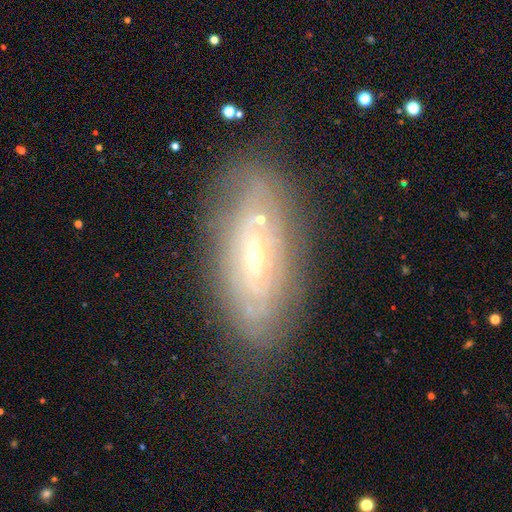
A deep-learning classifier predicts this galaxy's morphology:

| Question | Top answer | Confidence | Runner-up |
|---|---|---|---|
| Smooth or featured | featured or disk | 72% | smooth (19%) |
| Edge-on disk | no | 78% | yes (22%) |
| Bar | no | 60% | weak (29%) |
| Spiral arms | yes | 63% | no (37%) |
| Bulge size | small | 63% | moderate (33%) |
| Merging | none | 72% | minor disturbance (18%) |